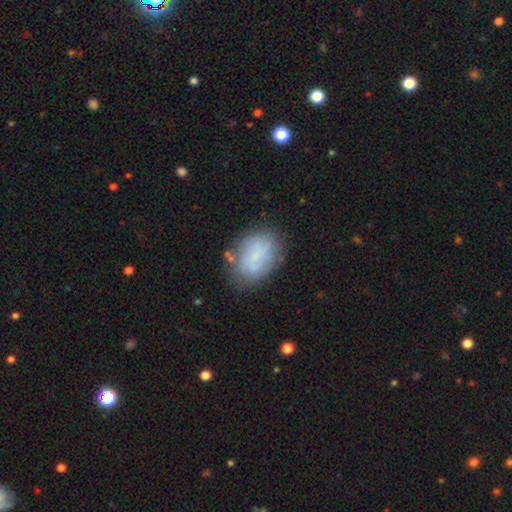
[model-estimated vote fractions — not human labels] Smooth or featured? Predicted: smooth (p=0.60). How rounded? Predicted: in between (p=0.79). Merging? Predicted: none (p=0.66).